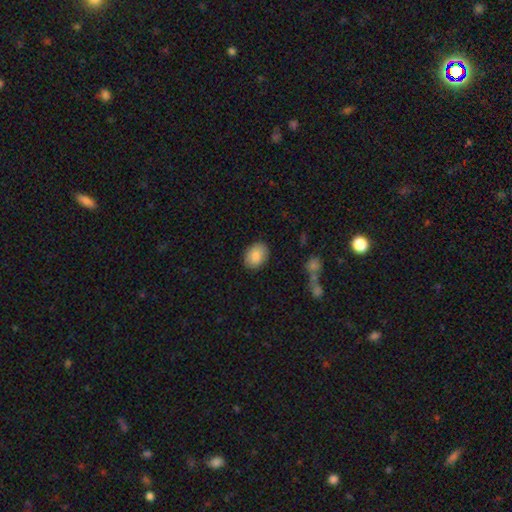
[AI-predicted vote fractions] Q: Smooth or featured?
A: smooth (88%); runner-up: star or artifact (7%)
Q: How rounded?
A: in between (70%); runner-up: round (29%)
Q: Merging?
A: none (86%); runner-up: minor disturbance (10%)